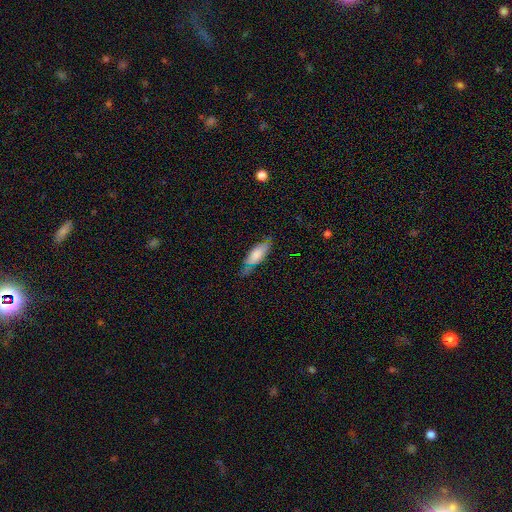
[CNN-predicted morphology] smooth 75%, featured or disk 18%, star or artifact 7%. Down the decision tree: how rounded — in between (65%); merging — none (69%).